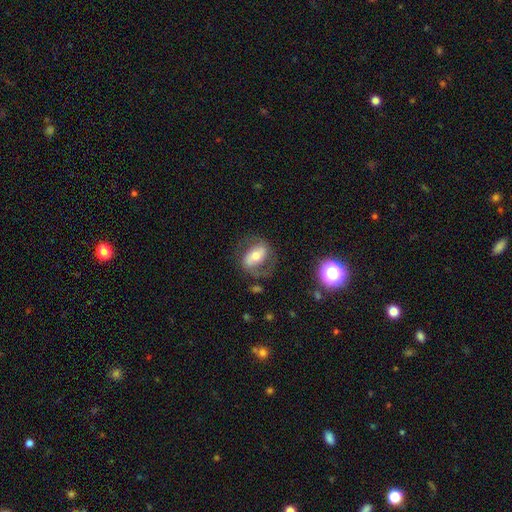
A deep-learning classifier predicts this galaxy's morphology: Q: Smooth or featured?
A: featured or disk (59%); runner-up: smooth (33%)
Q: Edge-on disk?
A: no (93%); runner-up: yes (7%)
Q: Bar?
A: strong (44%); runner-up: no (28%)
Q: Spiral arms?
A: yes (73%); runner-up: no (27%)
Q: Bulge size?
A: moderate (61%); runner-up: small (26%)
Q: Merging?
A: none (63%); runner-up: minor disturbance (18%)